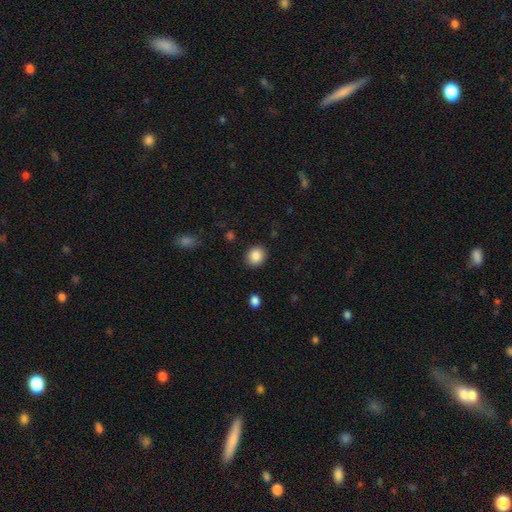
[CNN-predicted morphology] smooth 87%, star or artifact 9%, featured or disk 4%. Down the decision tree: how rounded — round (73%); merging — none (89%).